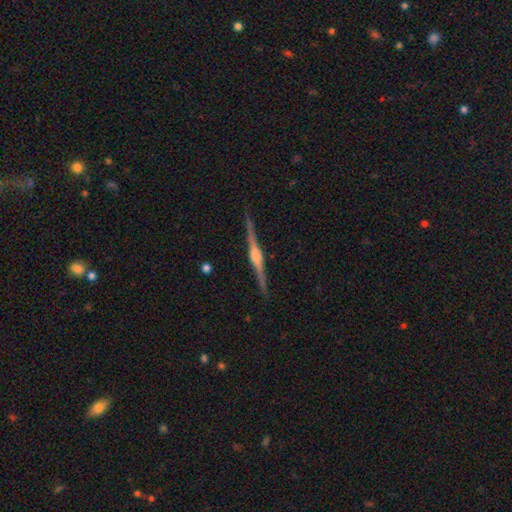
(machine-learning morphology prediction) Overall: featured or disk (85%). Edge-on disk: yes (98%). Edge-on bulge: rounded (82%). Merging: none (90%).